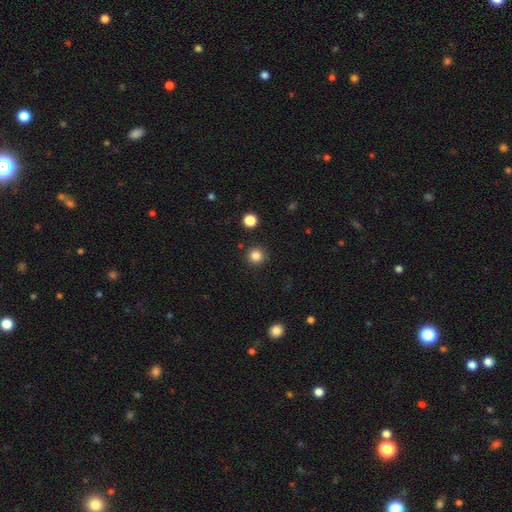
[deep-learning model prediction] Morphology: type=smooth (84%); roundness=round (95%); merging=none (91%).